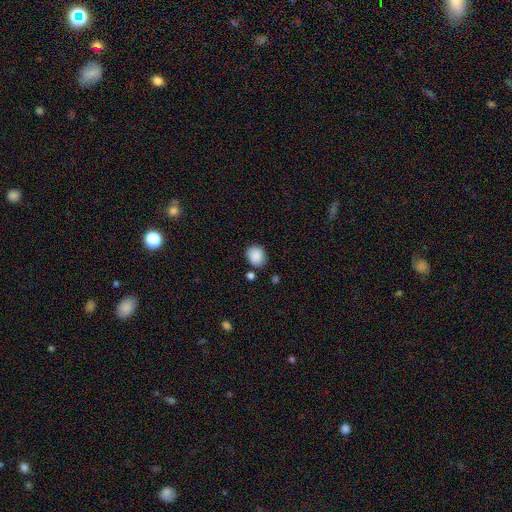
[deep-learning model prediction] smooth-or-featured: smooth: 89% | star or artifact: 8% | featured or disk: 3%
  how-rounded: round: 71% | in between: 28% | cigar-shaped: 1%
  merging: none: 80% | minor disturbance: 12% | merger: 5% | major disturbance: 3%